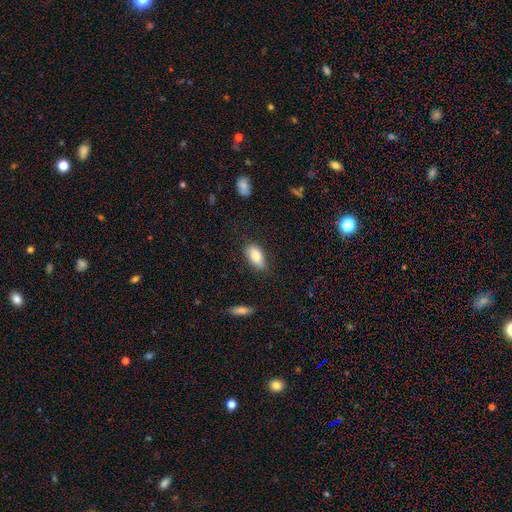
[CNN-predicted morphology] Smooth or featured?
  - smooth: 84% *
  - featured or disk: 9%
  - star or artifact: 7%
How rounded?
  - in between: 91% *
  - cigar-shaped: 5%
  - round: 4%
Merging?
  - none: 79% *
  - minor disturbance: 16%
  - major disturbance: 3%
  - merger: 2%